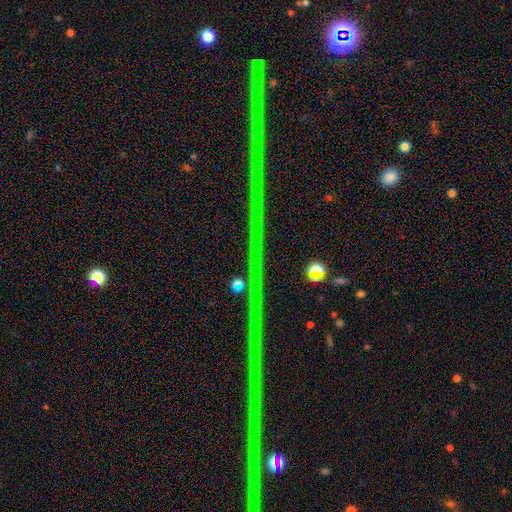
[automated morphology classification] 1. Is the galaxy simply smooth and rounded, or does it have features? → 87% star or artifact, 8% featured or disk, 5% smooth.